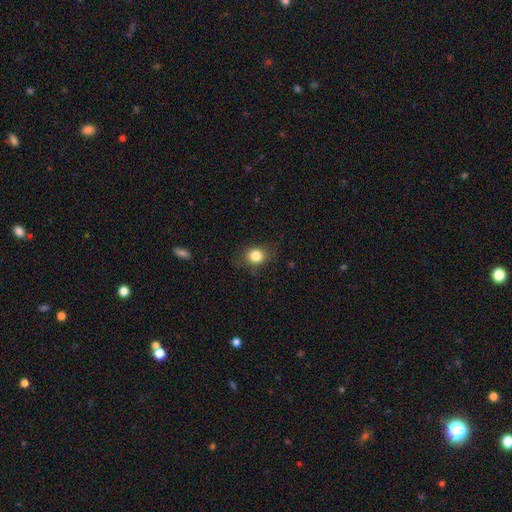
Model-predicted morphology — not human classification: smooth 83%, star or artifact 11%, featured or disk 7%. Down the decision tree: how rounded — round (69%); merging — none (79%).